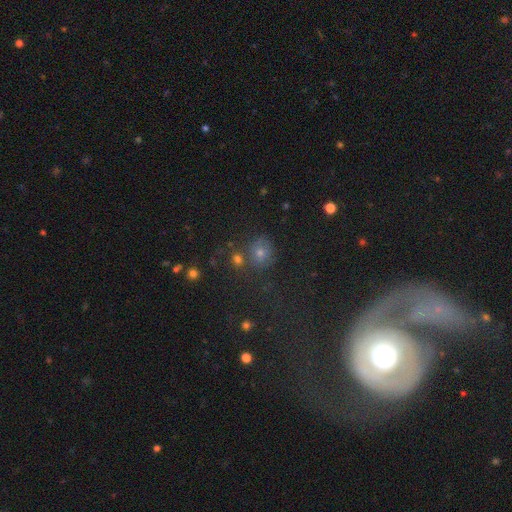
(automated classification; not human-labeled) smooth_or_featured: featured or disk (p=0.52) [alt: smooth p=0.30]
disk_edge_on: no (p=0.93) [alt: yes p=0.07]
merging: none (p=0.39) [alt: major disturbance p=0.25]